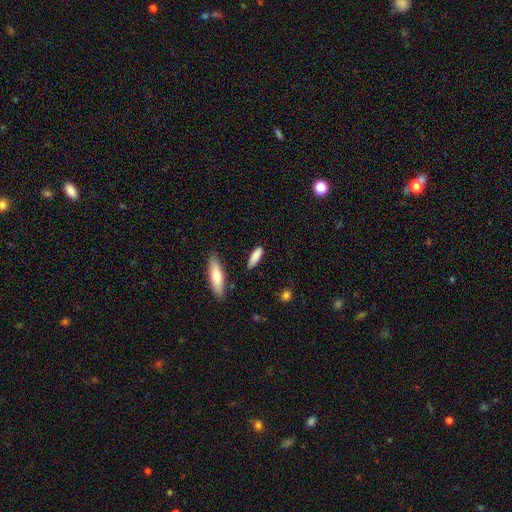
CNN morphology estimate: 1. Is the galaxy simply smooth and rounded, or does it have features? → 85% smooth, 8% featured or disk, 7% star or artifact.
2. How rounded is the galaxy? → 49% in between, 48% cigar-shaped, 2% round.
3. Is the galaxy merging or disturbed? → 79% none, 15% minor disturbance, 3% major disturbance, 3% merger.